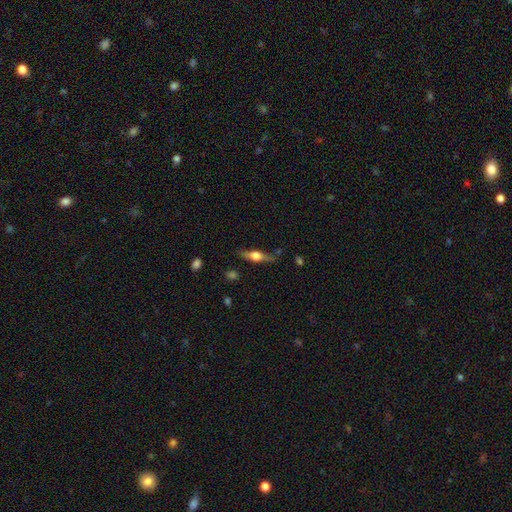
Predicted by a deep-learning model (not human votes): The model was most divided on "smooth or featured": featured or disk: 61%, smooth: 32%, star or artifact: 7%. More confident: edge-on disk — yes (95%); edge-on bulge — rounded (93%); merging — none (80%).